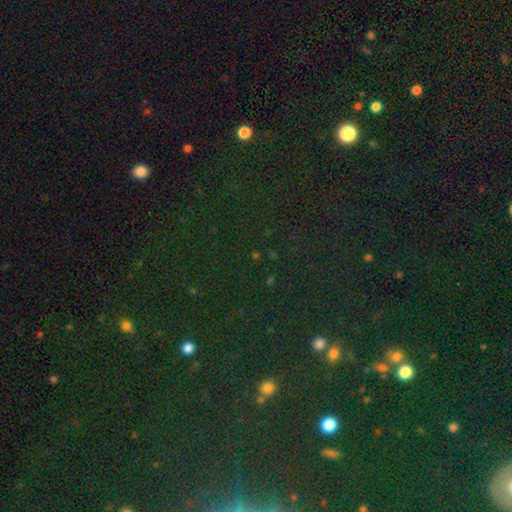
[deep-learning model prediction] Smooth or featured? star or artifact (69%)